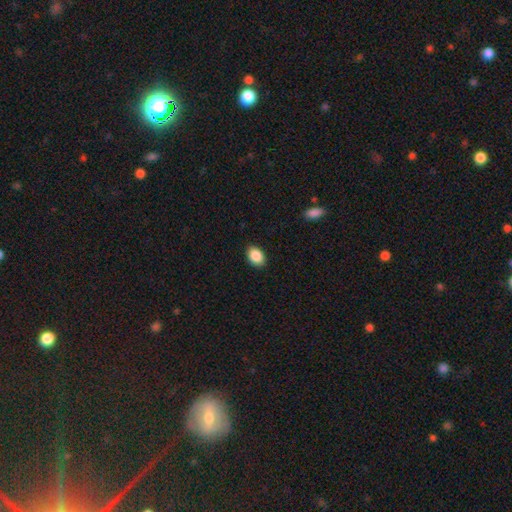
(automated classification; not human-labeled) This is clearly a smooth galaxy (88%). How rounded: clearly in between (82%). Merging: clearly none (89%).